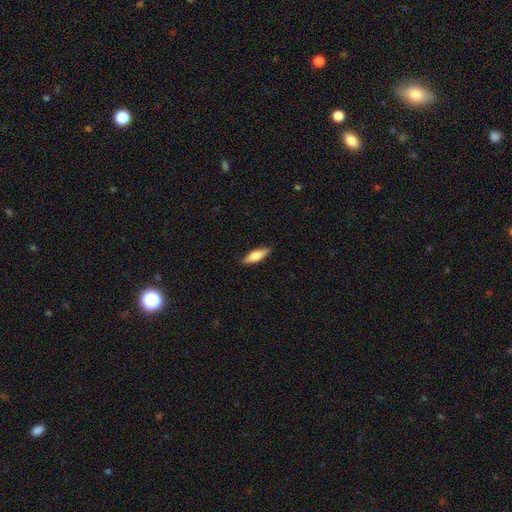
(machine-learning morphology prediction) Smooth or featured? Predicted: smooth (p=0.62). How rounded? Predicted: cigar-shaped (p=0.50). Merging? Predicted: none (p=0.88).